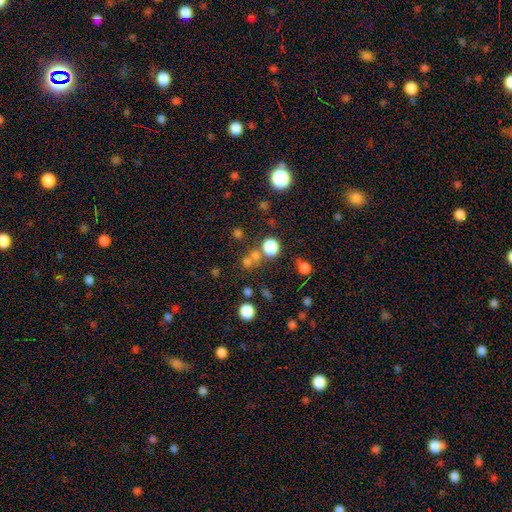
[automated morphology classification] The model was most divided on "smooth or featured": smooth: 63%, star or artifact: 28%, featured or disk: 9%. More confident: how rounded — round (88%); merging — none (63%).